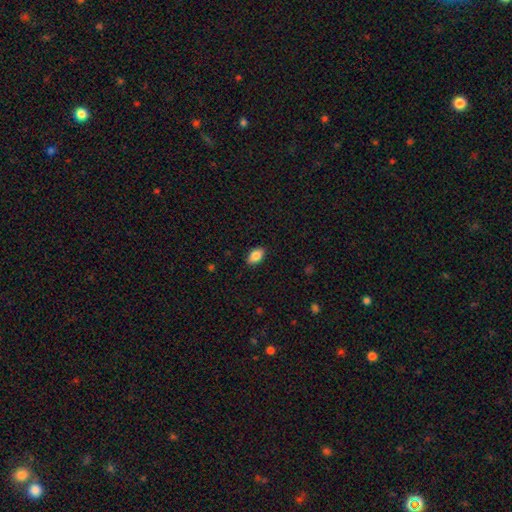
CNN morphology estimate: smooth_or_featured: smooth (p=0.86) [alt: star or artifact p=0.07]
how_rounded: in between (p=0.91) [alt: round p=0.06]
merging: none (p=0.88) [alt: minor disturbance p=0.09]